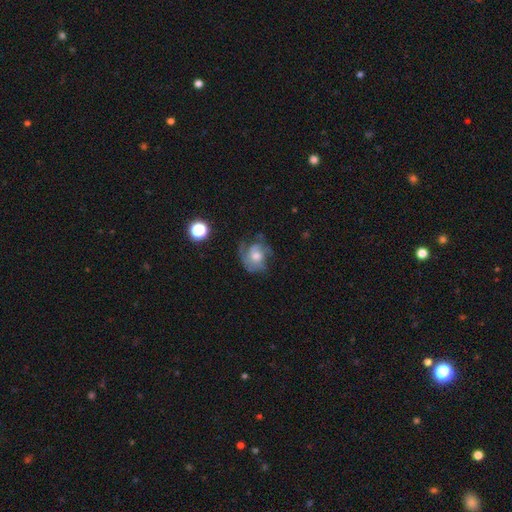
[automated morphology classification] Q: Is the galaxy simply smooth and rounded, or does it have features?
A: featured or disk — 70%.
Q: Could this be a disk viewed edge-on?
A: no — 97%.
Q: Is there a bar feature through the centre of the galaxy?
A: no — 76%.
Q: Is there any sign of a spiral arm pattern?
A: yes — 88%.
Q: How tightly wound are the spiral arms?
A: tight — 42%, tied with medium.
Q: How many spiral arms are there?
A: can't tell — 29%.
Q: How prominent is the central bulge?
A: moderate — 62%.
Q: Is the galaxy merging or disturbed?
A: none — 56%.